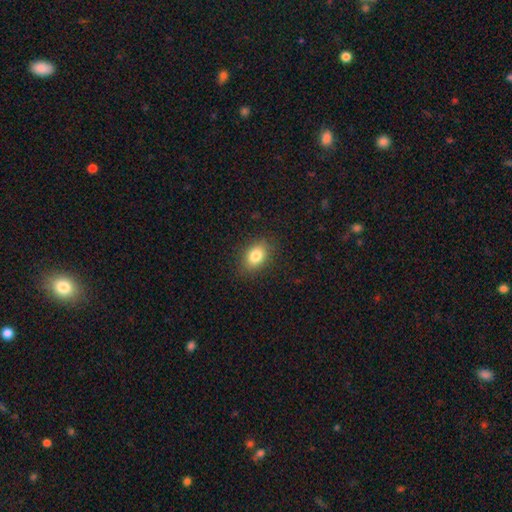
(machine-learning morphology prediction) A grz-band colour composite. It shows a smooth galaxy with no disk features (83%) that is in between round and cigar-shaped (80%). Merging: none (87%).